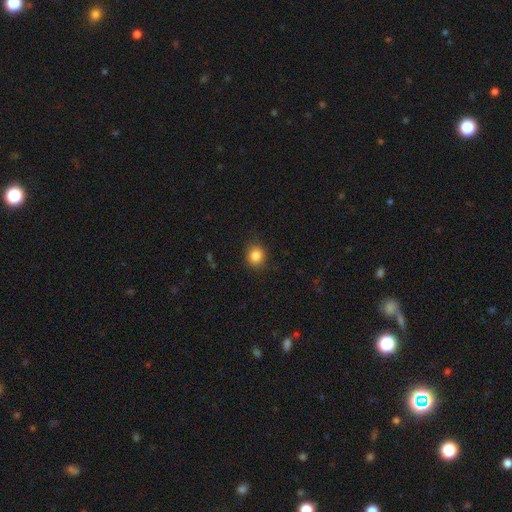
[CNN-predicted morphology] type=smooth (85%); roundness=round (81%); merging=none (85%).